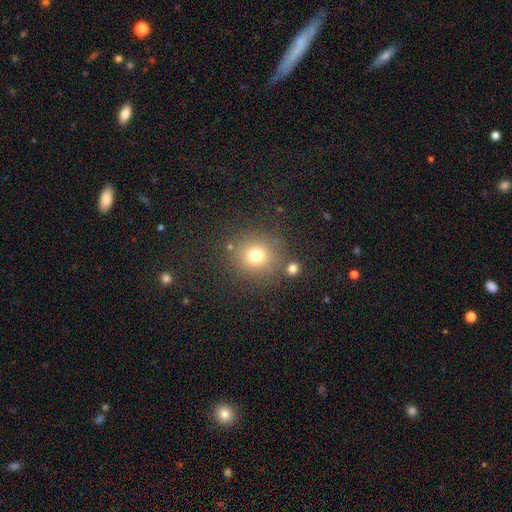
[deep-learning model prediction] A smooth galaxy with no disk features (73%) that is round (90%).

Vote fractions:
- Smooth or featured? smooth: 73% / star or artifact: 17% / featured or disk: 10%
- How rounded? round: 90% / in between: 9% / cigar-shaped: 1%
- Merging? none: 80% / minor disturbance: 9% / merger: 6% / major disturbance: 5%